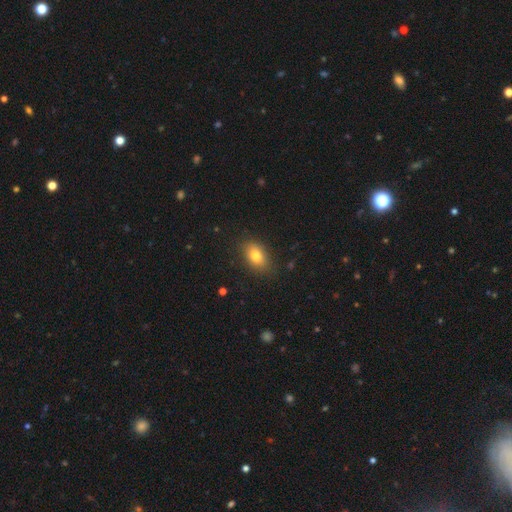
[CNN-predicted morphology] Smooth or featured?
  - smooth: 80% *
  - featured or disk: 11%
  - star or artifact: 9%
How rounded?
  - in between: 83% *
  - round: 15%
  - cigar-shaped: 2%
Merging?
  - none: 84% *
  - minor disturbance: 12%
  - major disturbance: 3%
  - merger: 1%